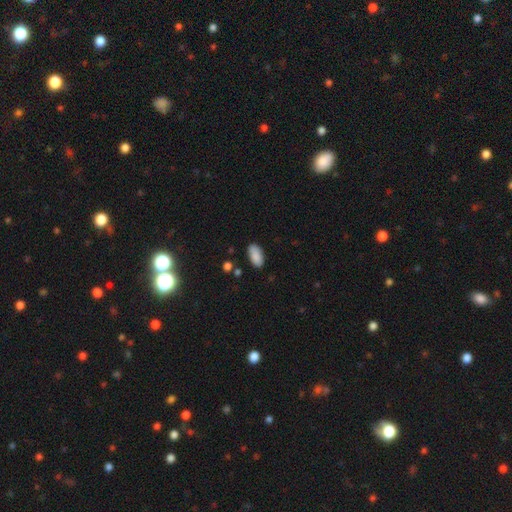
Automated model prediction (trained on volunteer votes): Morphology: type=smooth (87%); roundness=in between (93%); merging=none (78%).